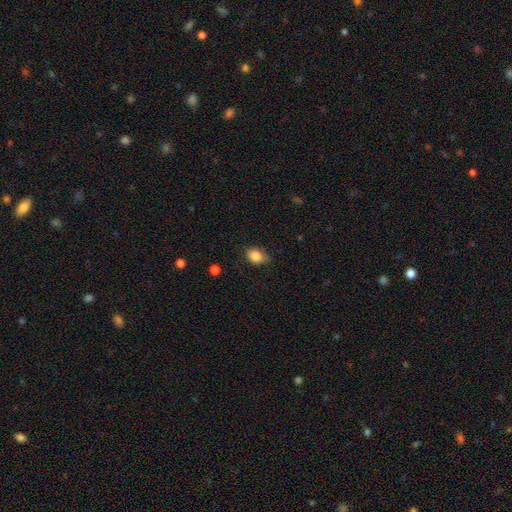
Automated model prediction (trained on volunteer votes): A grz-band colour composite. It shows a smooth galaxy with no disk features (84%) that is in between round and cigar-shaped (67%). Merging: none (70%).